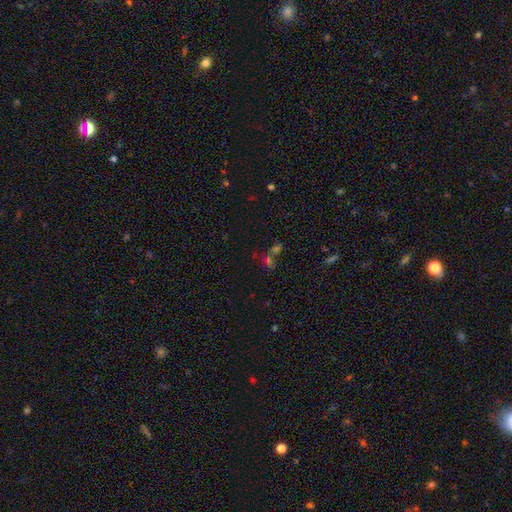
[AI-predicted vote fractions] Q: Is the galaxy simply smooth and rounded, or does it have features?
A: smooth — 44%.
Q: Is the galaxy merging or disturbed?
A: merger — 42%.